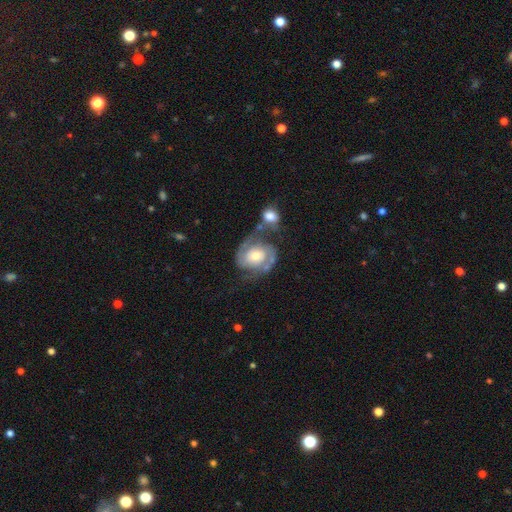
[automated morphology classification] This is clearly a featured or disk galaxy (85%). It is clearly not viewed edge-on (98%). Bar: likely no (68%). Spiral arm pattern: clearly yes (95%). Spiral arm count: clearly 2 (88%). Spiral winding: marginally tight (44%). Central bulge: likely moderate (66%). Merging: marginally none (43%).